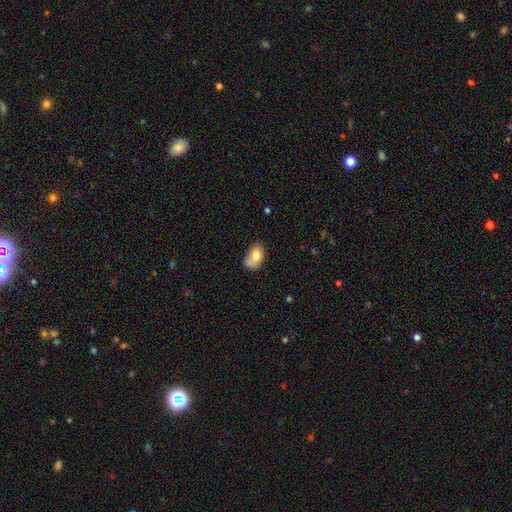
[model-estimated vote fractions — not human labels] Smooth or featured? Predicted: smooth (p=0.77). How rounded? Predicted: in between (p=0.84). Merging? Predicted: none (p=0.41).